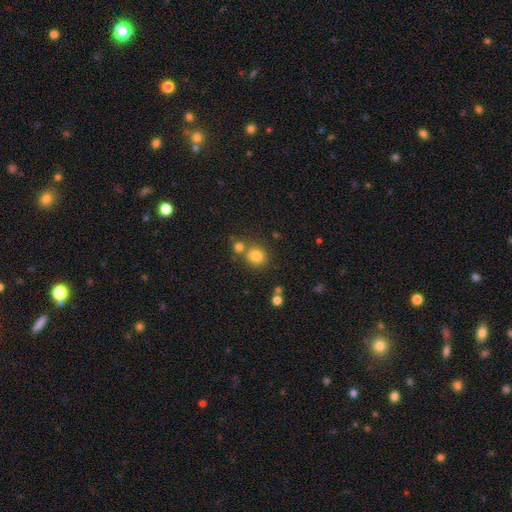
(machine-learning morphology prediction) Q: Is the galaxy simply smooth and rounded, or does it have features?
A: smooth — 80%.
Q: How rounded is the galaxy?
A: round — 74%.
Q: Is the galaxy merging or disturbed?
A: none — 63%.